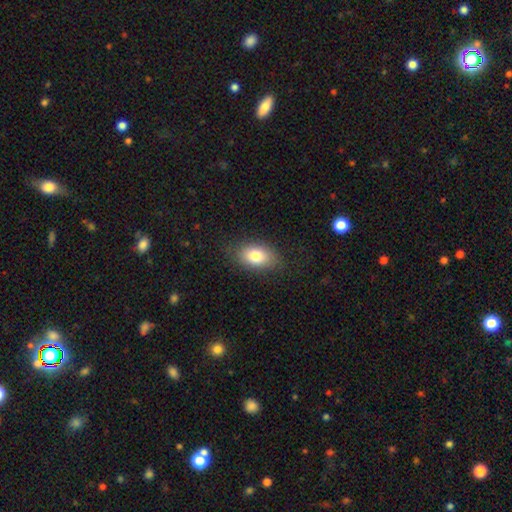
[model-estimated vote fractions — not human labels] smooth_or_featured: smooth (p=0.80) [alt: featured or disk p=0.11]
how_rounded: in between (p=0.87) [alt: round p=0.11]
merging: none (p=0.82) [alt: minor disturbance p=0.13]